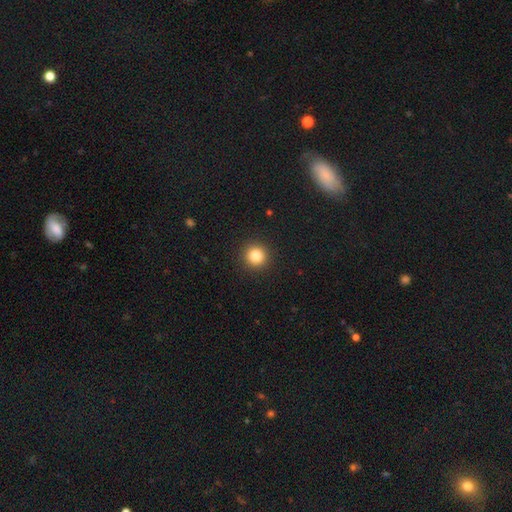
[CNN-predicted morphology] smooth-or-featured: smooth: 83% | star or artifact: 11% | featured or disk: 6%
  how-rounded: round: 94% | in between: 5% | cigar-shaped: 1%
  merging: none: 92% | minor disturbance: 5% | major disturbance: 2% | merger: 1%